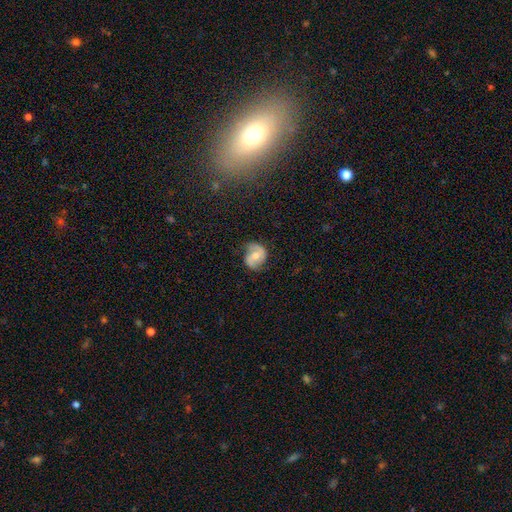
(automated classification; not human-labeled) A featured or disk galaxy (63%) with no bar (53%), 2 (84%) medium (45%) spiral arms (87%) and a moderate central bulge (65%). Merging: none (69%).